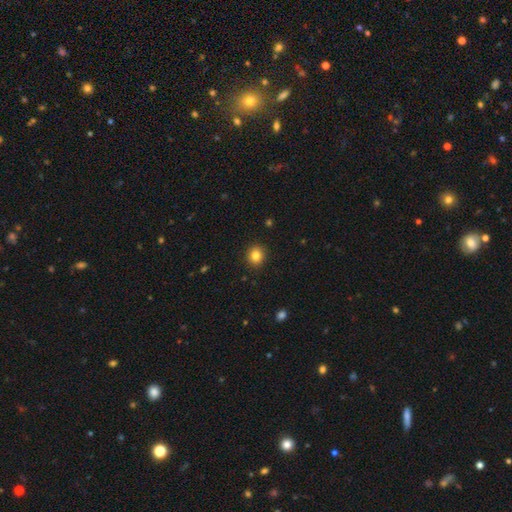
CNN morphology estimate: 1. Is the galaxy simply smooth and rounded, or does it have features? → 83% smooth, 11% star or artifact, 6% featured or disk.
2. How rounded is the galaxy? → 83% round, 16% in between, 1% cigar-shaped.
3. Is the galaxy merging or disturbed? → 92% none, 6% minor disturbance, 2% major disturbance, 1% merger.